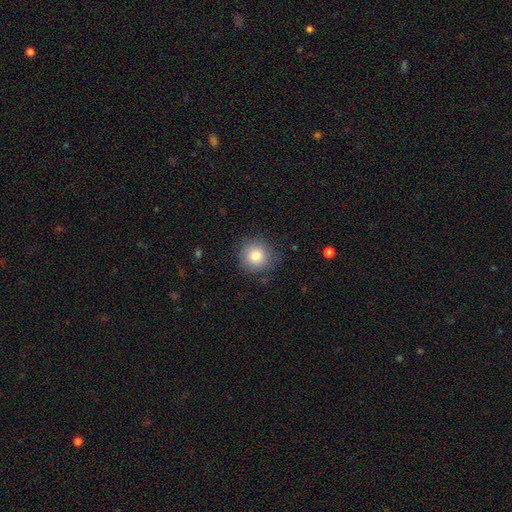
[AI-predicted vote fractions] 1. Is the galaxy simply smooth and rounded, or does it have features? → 83% smooth, 9% star or artifact, 8% featured or disk.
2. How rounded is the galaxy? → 92% round, 7% in between, 1% cigar-shaped.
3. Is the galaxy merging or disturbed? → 82% none, 13% minor disturbance, 4% major disturbance, 1% merger.